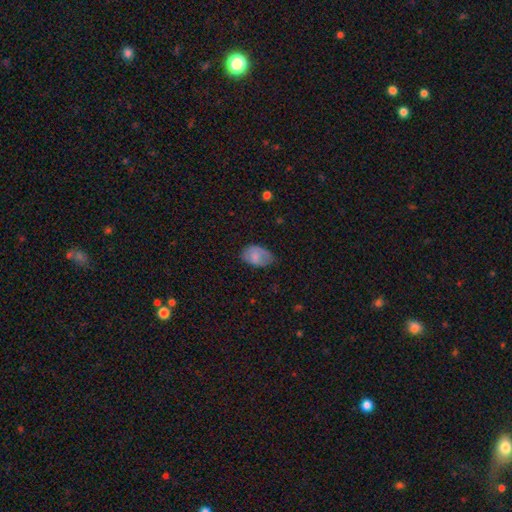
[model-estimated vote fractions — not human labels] Q: Smooth or featured?
A: smooth (77%); runner-up: featured or disk (15%)
Q: How rounded?
A: in between (89%); runner-up: round (10%)
Q: Merging?
A: none (58%); runner-up: minor disturbance (31%)